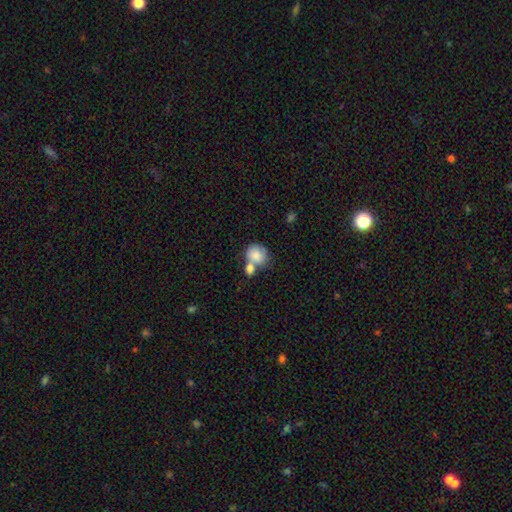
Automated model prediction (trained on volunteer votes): This is clearly a smooth galaxy (80%). How rounded: likely round (68%). Merging: possibly merger (53%).